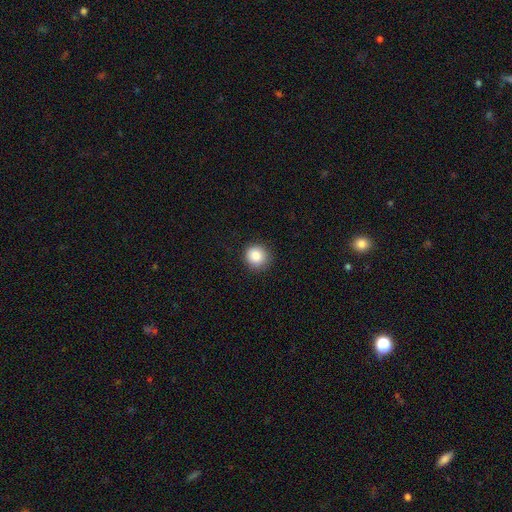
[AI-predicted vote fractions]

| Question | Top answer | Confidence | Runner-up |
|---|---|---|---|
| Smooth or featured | smooth | 86% | star or artifact (10%) |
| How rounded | round | 90% | in between (9%) |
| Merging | none | 87% | minor disturbance (9%) |